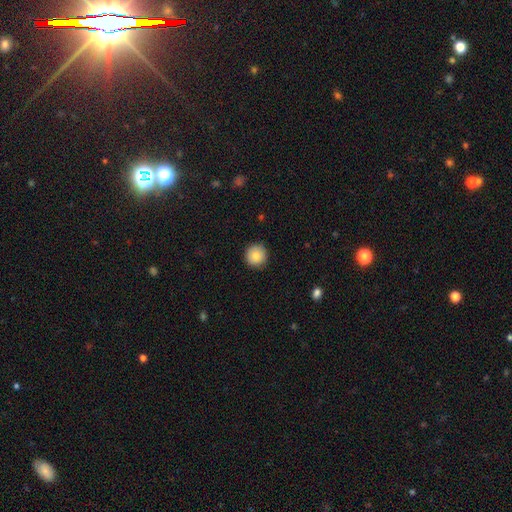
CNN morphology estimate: This is clearly a smooth galaxy (84%). How rounded: clearly round (95%). Merging: clearly none (91%).